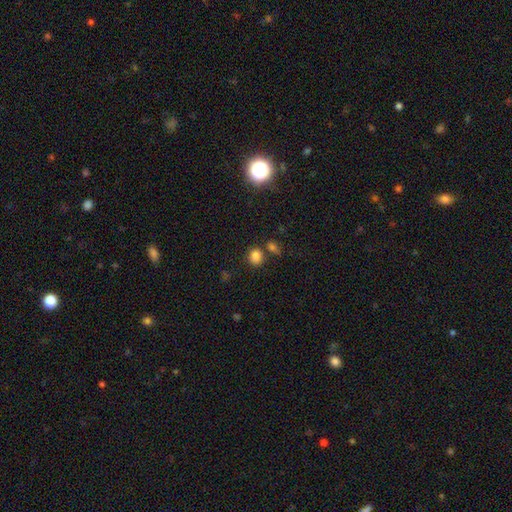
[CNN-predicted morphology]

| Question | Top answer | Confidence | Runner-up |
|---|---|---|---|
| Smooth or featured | smooth | 82% | star or artifact (13%) |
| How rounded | round | 67% | in between (32%) |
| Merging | none | 70% | merger (15%) |